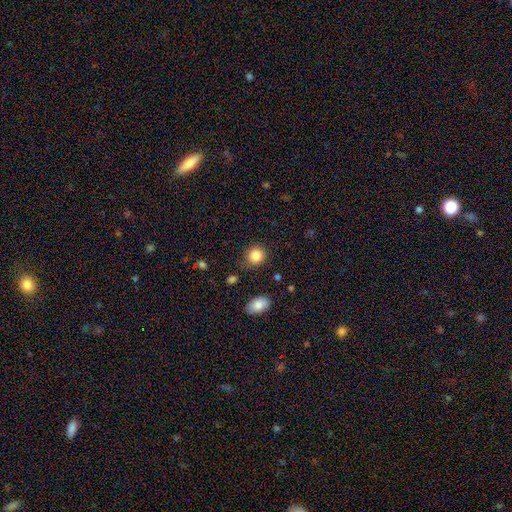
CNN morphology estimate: Smooth or featured? smooth (86%)
How rounded? round (83%)
Merging? none (80%)